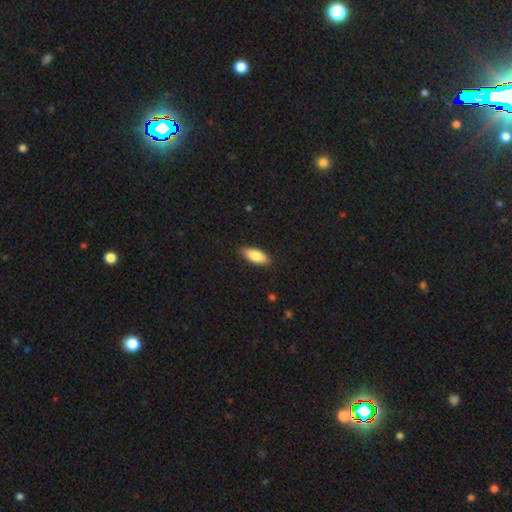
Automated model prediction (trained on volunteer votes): A smooth galaxy with no disk features (85%) that is in between round and cigar-shaped (84%).

Vote fractions:
- Smooth or featured? smooth: 85% / featured or disk: 9% / star or artifact: 6%
- How rounded? in between: 84% / cigar-shaped: 14% / round: 2%
- Merging? none: 85% / minor disturbance: 12% / major disturbance: 2% / merger: 1%